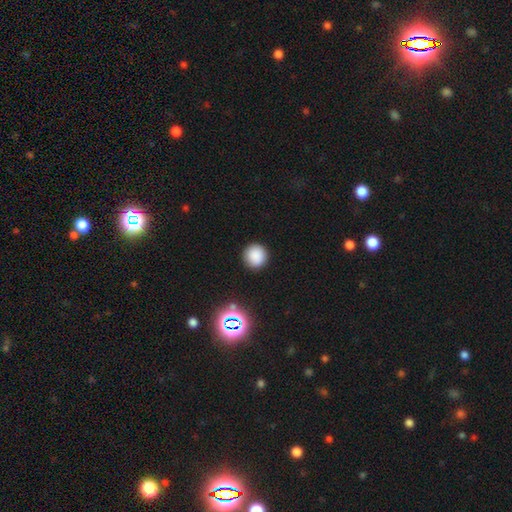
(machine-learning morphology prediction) Overall: smooth (84%). How rounded: round (94%). Merging: none (91%).